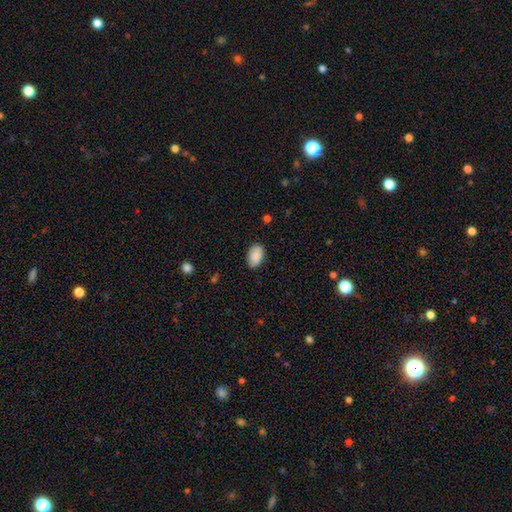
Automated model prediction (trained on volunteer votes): smooth 89%, star or artifact 6%, featured or disk 5%. Down the decision tree: how rounded — in between (93%); merging — none (84%).